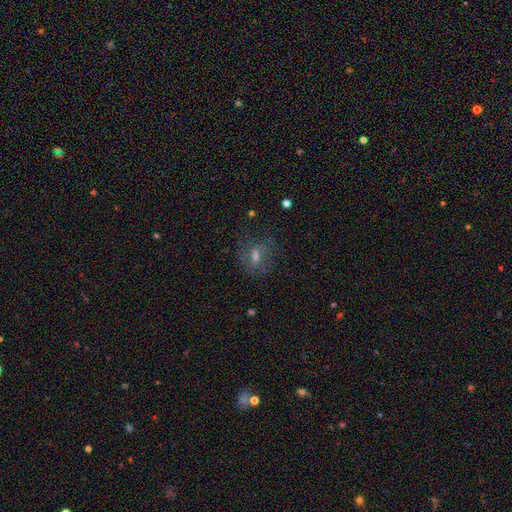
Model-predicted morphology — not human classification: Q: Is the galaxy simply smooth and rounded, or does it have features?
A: smooth — 43%.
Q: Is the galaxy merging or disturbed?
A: none — 66%.